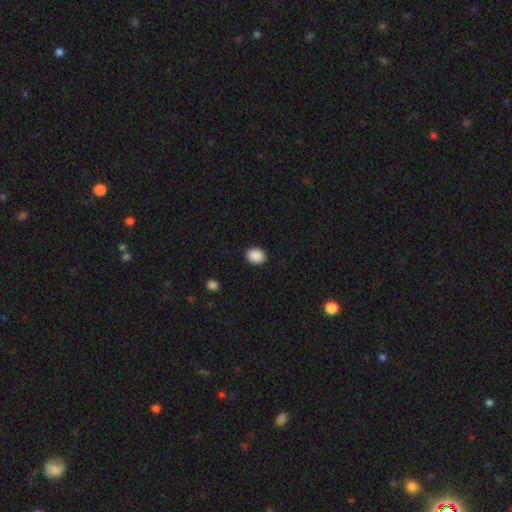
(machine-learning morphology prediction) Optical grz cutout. It shows a smooth galaxy with no disk features (90%) that is in between round and cigar-shaped (52%). Merging: none (90%).